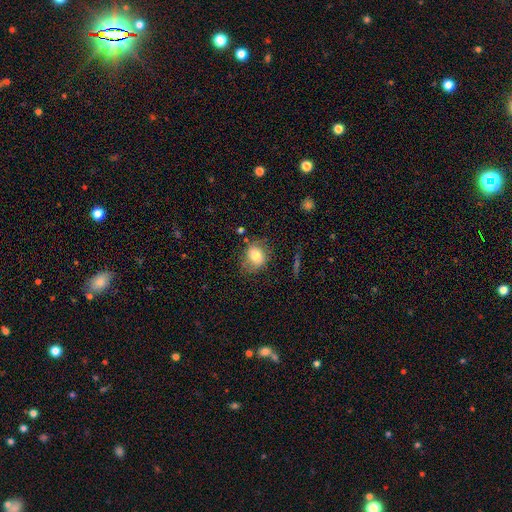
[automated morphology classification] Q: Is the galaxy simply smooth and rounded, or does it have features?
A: smooth — 76%.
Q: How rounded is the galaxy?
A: round — 58%.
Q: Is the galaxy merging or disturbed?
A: none — 69%.